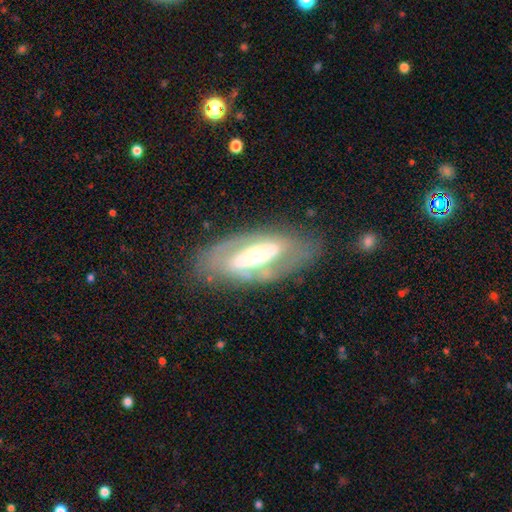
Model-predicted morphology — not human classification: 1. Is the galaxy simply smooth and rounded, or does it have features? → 73% featured or disk, 21% smooth, 6% star or artifact.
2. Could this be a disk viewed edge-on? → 86% no, 14% yes.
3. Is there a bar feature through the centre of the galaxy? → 40% no, 36% strong, 24% weak.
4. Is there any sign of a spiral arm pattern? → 57% no, 43% yes.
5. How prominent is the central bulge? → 63% moderate, 17% large, 16% small, 2% dominant, 1% none.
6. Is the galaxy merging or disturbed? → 72% none, 16% minor disturbance, 10% major disturbance, 2% merger.